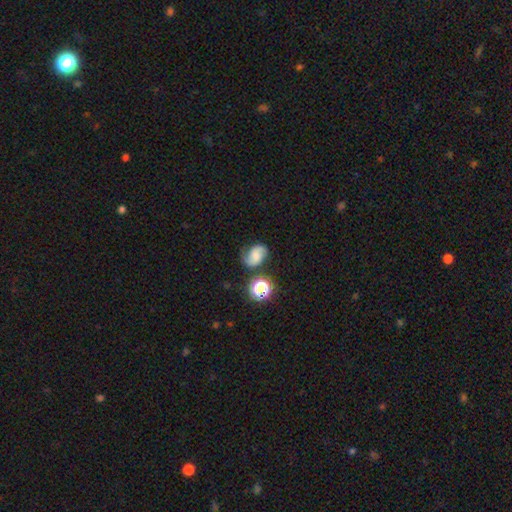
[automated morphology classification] A featured or disk galaxy (55%) with no bar (54%), spiral arms (91%) and a small central bulge (41%). Merging: none (62%).